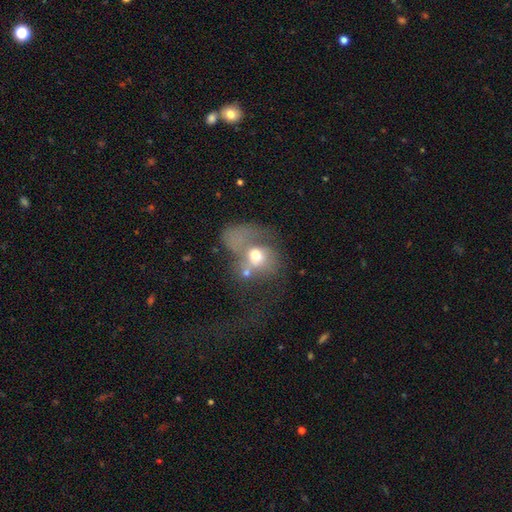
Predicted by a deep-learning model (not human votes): smooth_or_featured: featured or disk (p=0.56) [alt: smooth p=0.31]
disk_edge_on: no (p=0.95) [alt: yes p=0.05]
bar: no (p=0.77) [alt: weak p=0.18]
has_spiral_arms: yes (p=0.56) [alt: no p=0.44]
bulge_size: moderate (p=0.65) [alt: small p=0.17]
merging: merger (p=0.46) [alt: major disturbance p=0.32]